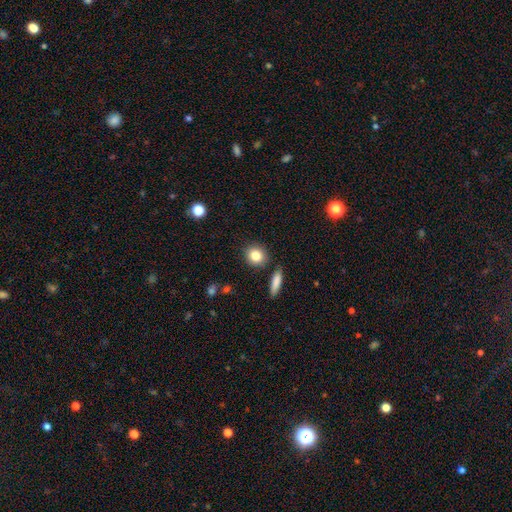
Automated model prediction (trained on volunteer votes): This is clearly a smooth galaxy (85%). How rounded: likely round (75%). Merging: clearly none (84%).